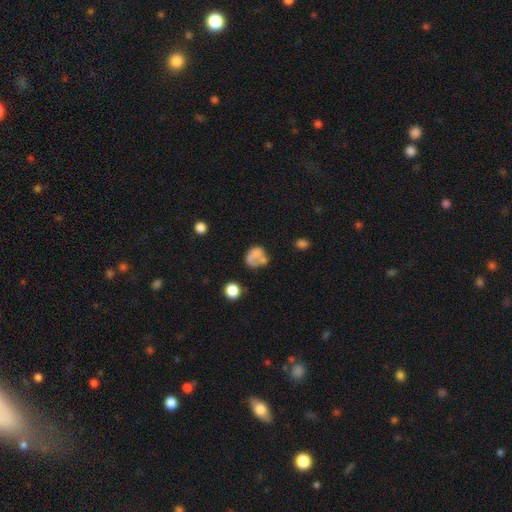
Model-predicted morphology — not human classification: This appears to be a smooth galaxy with no disk features (59%) that is round (52%). Merging: none (33%).